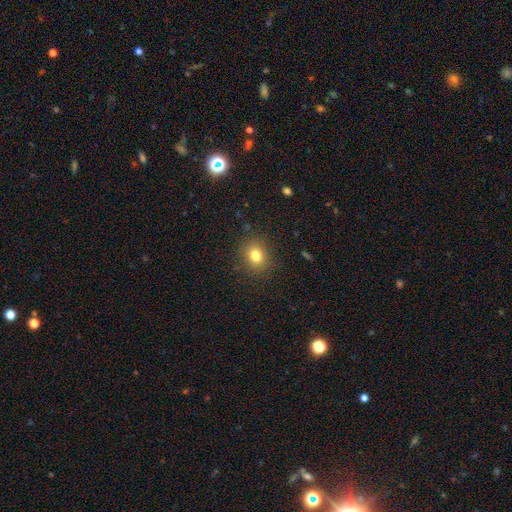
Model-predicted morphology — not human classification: type=smooth (79%); roundness=round (68%); merging=none (87%).